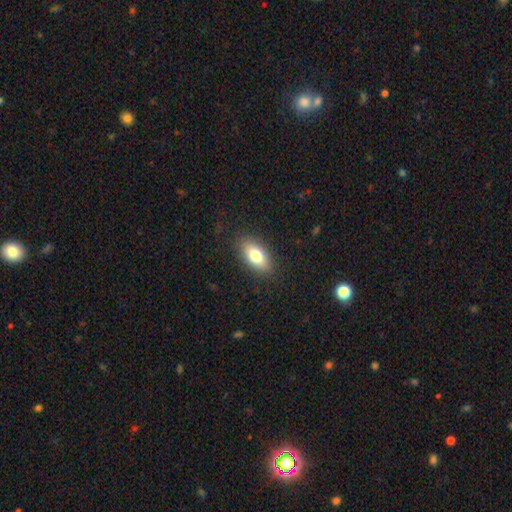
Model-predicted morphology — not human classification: Q: Smooth or featured?
A: smooth (77%); runner-up: featured or disk (16%)
Q: How rounded?
A: in between (88%); runner-up: cigar-shaped (7%)
Q: Merging?
A: none (87%); runner-up: minor disturbance (9%)